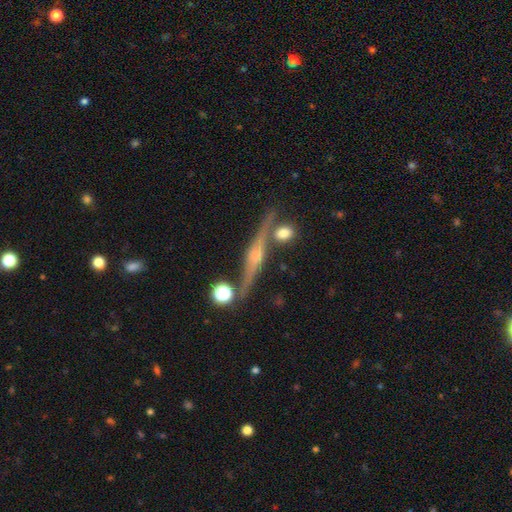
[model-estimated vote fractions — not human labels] featured or disk 84%, smooth 9%, star or artifact 7%. Down the decision tree: edge-on disk — yes (95%); edge-on bulge — rounded (77%); merging — none (80%).